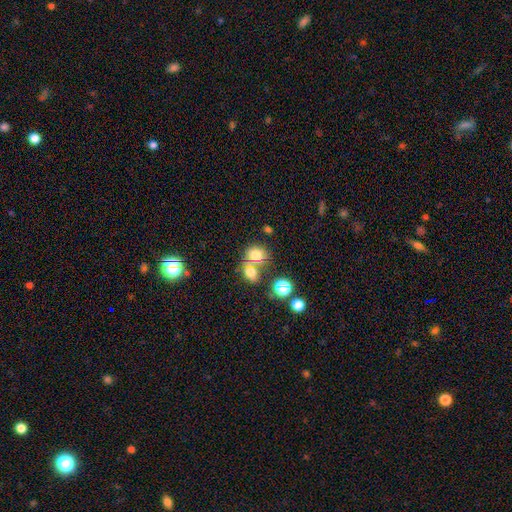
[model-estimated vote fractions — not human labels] A smooth galaxy with no disk features (74%) that is round (62%). Merging: merger (45%).